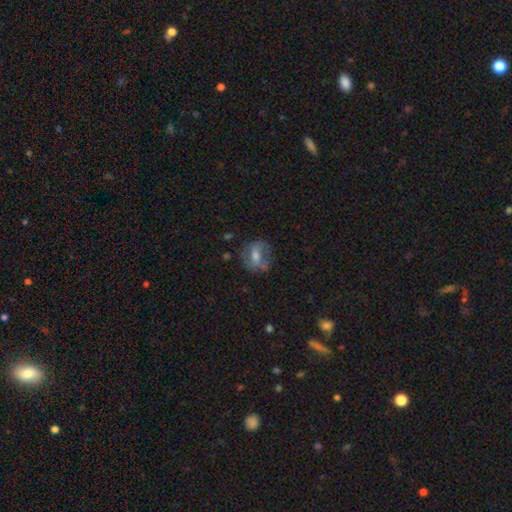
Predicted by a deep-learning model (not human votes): Smooth or featured?
  - featured or disk: 46% *
  - smooth: 43%
  - star or artifact: 11%
Merging?
  - none: 63% *
  - minor disturbance: 22%
  - major disturbance: 12%
  - merger: 3%